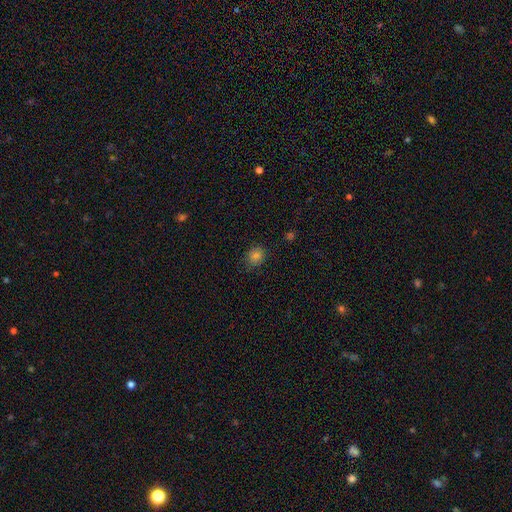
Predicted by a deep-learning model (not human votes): smooth_or_featured: smooth (p=0.79) [alt: star or artifact p=0.15]
how_rounded: round (p=0.74) [alt: in between p=0.25]
merging: none (p=0.82) [alt: minor disturbance p=0.14]